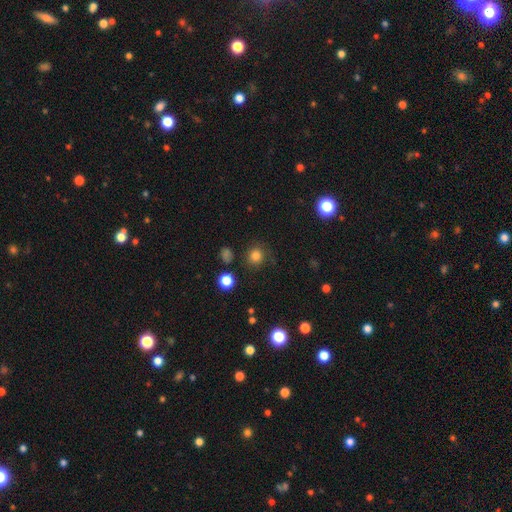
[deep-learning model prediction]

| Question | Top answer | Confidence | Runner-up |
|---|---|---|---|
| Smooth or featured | smooth | 79% | star or artifact (14%) |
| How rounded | round | 89% | in between (10%) |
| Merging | none | 78% | minor disturbance (13%) |